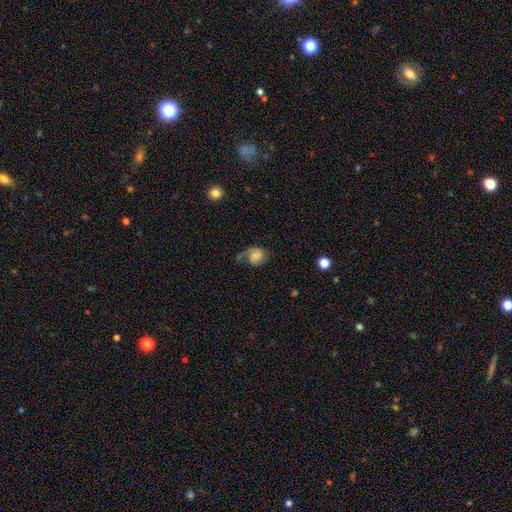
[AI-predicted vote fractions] This appears to be a featured or disk galaxy (49%). Merging: none (40%).